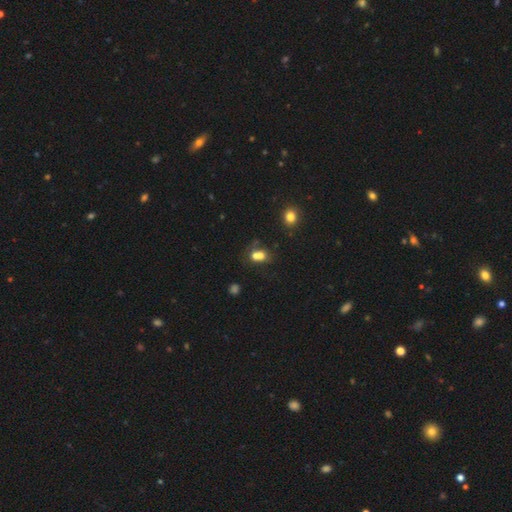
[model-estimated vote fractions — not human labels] Smooth or featured? smooth (69%)
How rounded? in between (58%)
Merging? merger (54%)